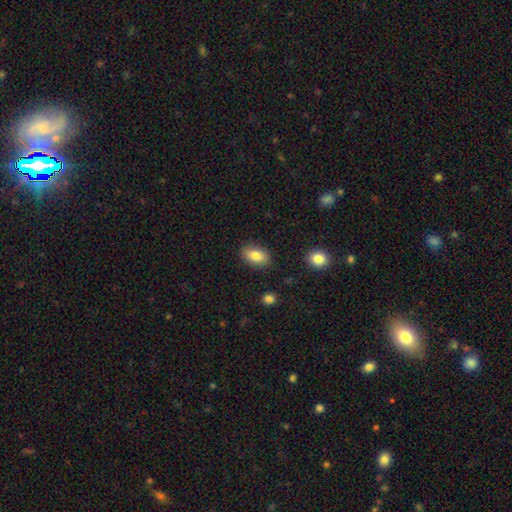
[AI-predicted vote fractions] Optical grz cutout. It shows a smooth galaxy with no disk features (83%) that is in between round and cigar-shaped (89%). Merging: none (85%).